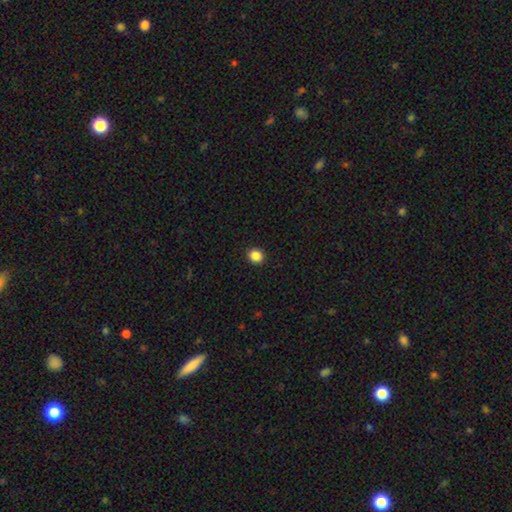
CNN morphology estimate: type=smooth (87%); roundness=round (81%); merging=none (93%).